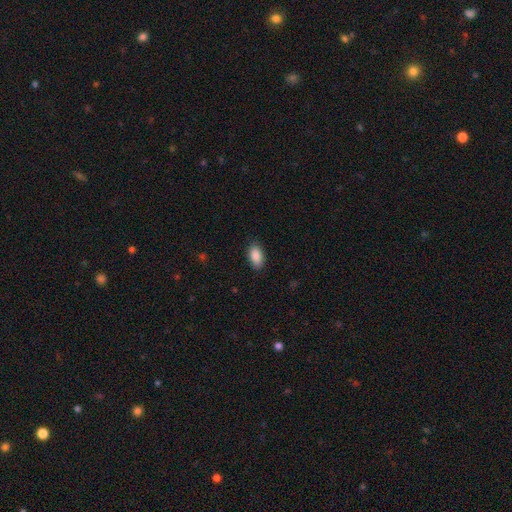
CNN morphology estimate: A smooth galaxy with no disk features (90%) that is in between round and cigar-shaped (94%).

Vote fractions:
- Smooth or featured? smooth: 90% / star or artifact: 7% / featured or disk: 3%
- How rounded? in between: 94% / round: 4% / cigar-shaped: 2%
- Merging? none: 86% / minor disturbance: 11% / major disturbance: 2% / merger: 1%